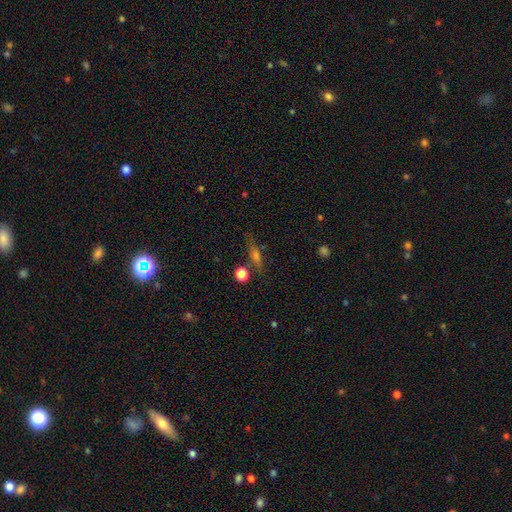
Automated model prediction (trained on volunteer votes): Morphology: type=featured or disk (44%); merging=none (76%).